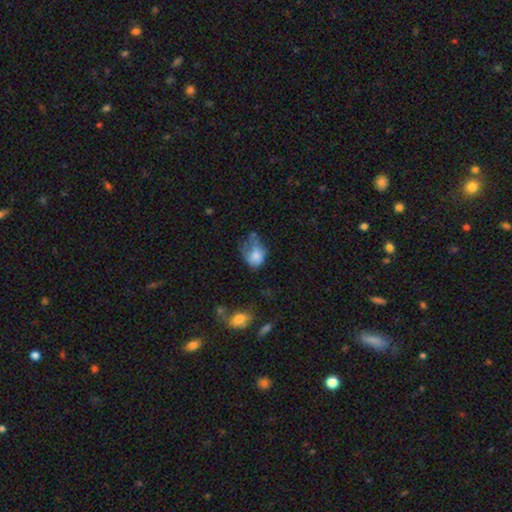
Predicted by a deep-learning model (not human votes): This appears to be a smooth galaxy with no disk features (71%) that is in between round and cigar-shaped (63%). Merging: major disturbance (34%).